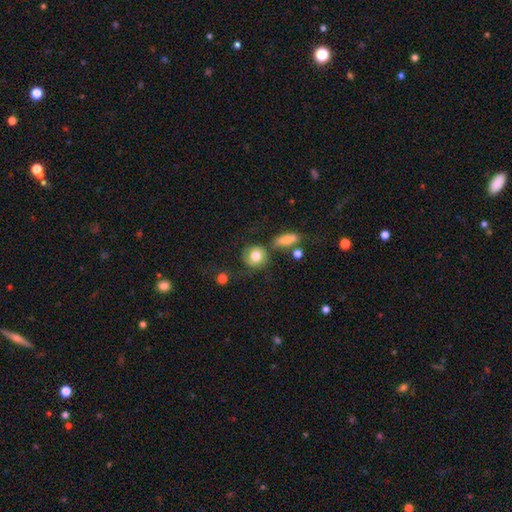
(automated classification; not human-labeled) A smooth galaxy with no disk features (75%) that is round (81%).

Vote fractions:
- Smooth or featured? smooth: 75% / featured or disk: 17% / star or artifact: 8%
- How rounded? round: 81% / in between: 17% / cigar-shaped: 2%
- Merging? none: 62% / minor disturbance: 19% / major disturbance: 10% / merger: 9%